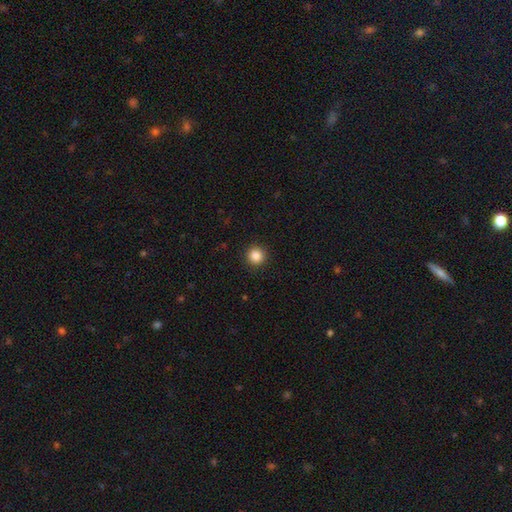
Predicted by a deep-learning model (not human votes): Smooth or featured?
  - smooth: 86% *
  - star or artifact: 10%
  - featured or disk: 4%
How rounded?
  - round: 95% *
  - in between: 4%
  - cigar-shaped: 1%
Merging?
  - none: 93% *
  - minor disturbance: 4%
  - major disturbance: 2%
  - merger: 1%